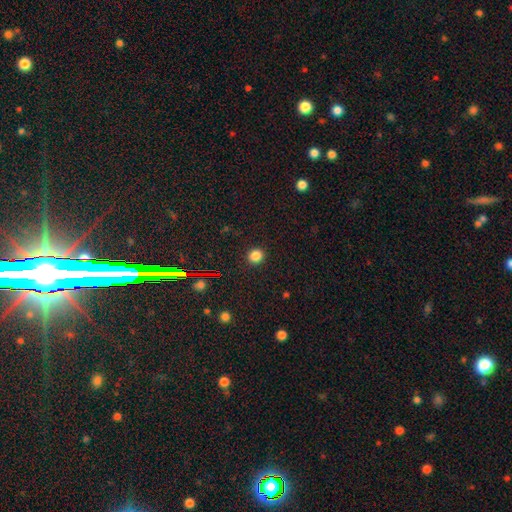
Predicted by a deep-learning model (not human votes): Q: Smooth or featured?
A: smooth (82%); runner-up: star or artifact (14%)
Q: How rounded?
A: round (83%); runner-up: in between (16%)
Q: Merging?
A: none (91%); runner-up: minor disturbance (6%)